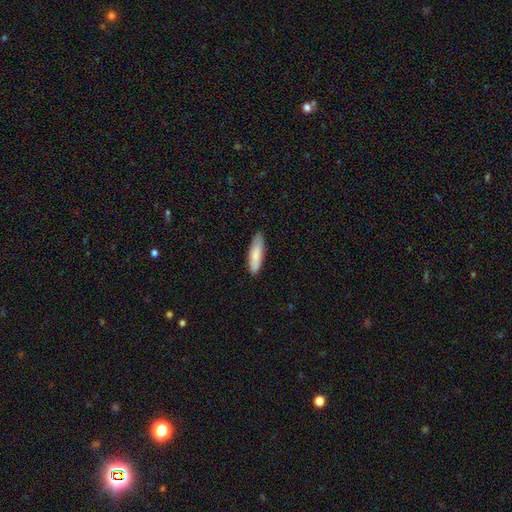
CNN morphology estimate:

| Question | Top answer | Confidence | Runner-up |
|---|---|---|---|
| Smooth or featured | smooth | 81% | featured or disk (13%) |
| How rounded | cigar-shaped | 56% | in between (43%) |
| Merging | none | 81% | minor disturbance (16%) |